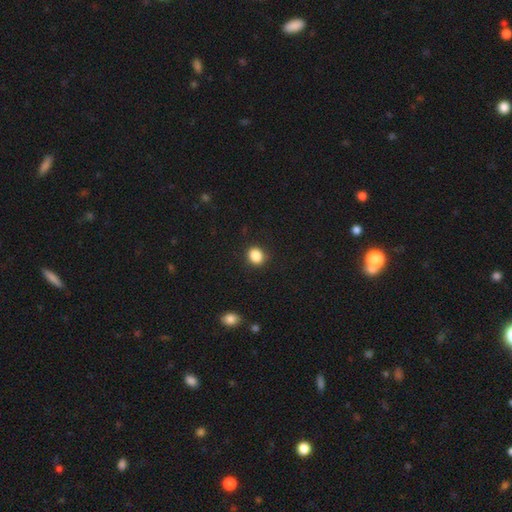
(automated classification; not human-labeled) This appears to be a smooth galaxy with no disk features (87%) that is round (57%). Merging: none (89%).